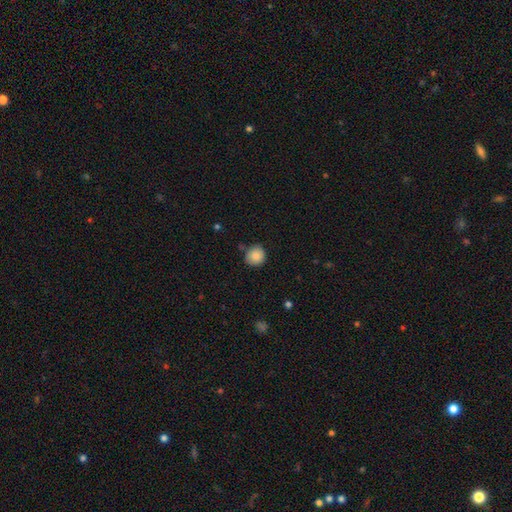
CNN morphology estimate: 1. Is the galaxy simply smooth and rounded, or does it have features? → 84% smooth, 8% star or artifact, 7% featured or disk.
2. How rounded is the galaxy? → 89% round, 10% in between, 1% cigar-shaped.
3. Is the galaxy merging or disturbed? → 80% none, 14% minor disturbance, 3% merger, 3% major disturbance.